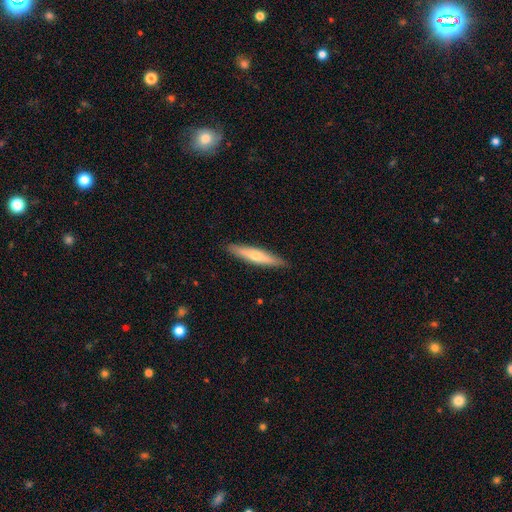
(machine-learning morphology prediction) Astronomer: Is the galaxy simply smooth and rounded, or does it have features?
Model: smooth — 52% (runner-up: featured or disk, 43%).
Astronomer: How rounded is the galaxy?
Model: cigar-shaped — 86%.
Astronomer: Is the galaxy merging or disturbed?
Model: none — 89%.